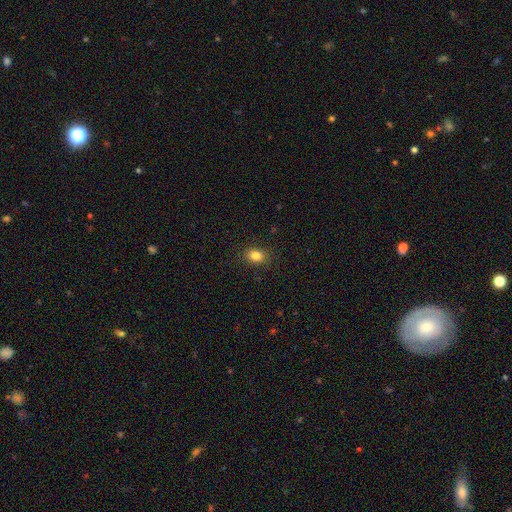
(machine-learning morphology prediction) Smooth or featured? Predicted: smooth (p=0.84). How rounded? Predicted: in between (p=0.63). Merging? Predicted: none (p=0.88).